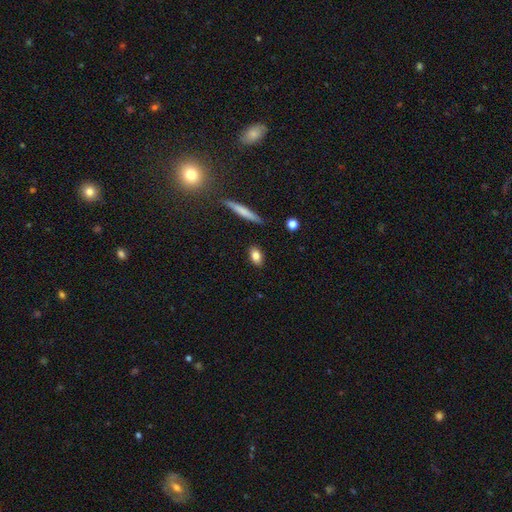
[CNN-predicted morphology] A smooth galaxy with no disk features (81%) that is in between round and cigar-shaped (82%).

Vote fractions:
- Smooth or featured? smooth: 81% / featured or disk: 12% / star or artifact: 8%
- How rounded? in between: 82% / round: 10% / cigar-shaped: 8%
- Merging? none: 87% / minor disturbance: 9% / major disturbance: 2% / merger: 2%